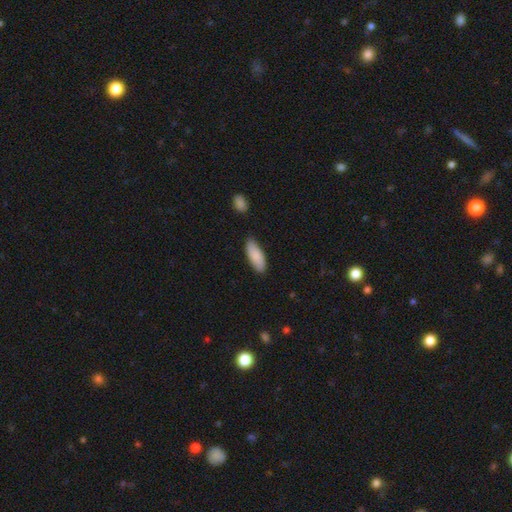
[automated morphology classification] A smooth galaxy with no disk features (87%) that is in between round and cigar-shaped (72%). Merging: none (81%).